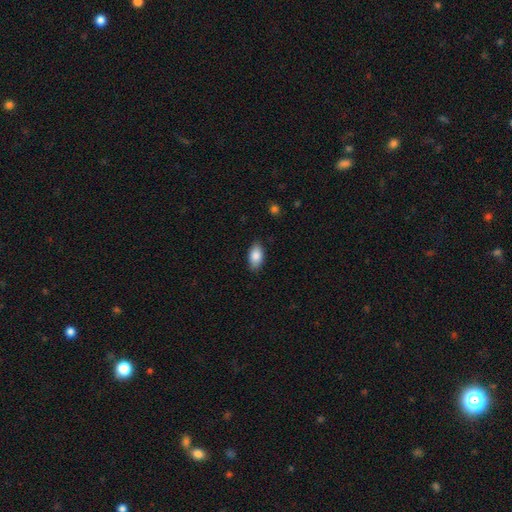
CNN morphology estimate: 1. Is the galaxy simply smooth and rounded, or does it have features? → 86% smooth, 7% featured or disk, 7% star or artifact.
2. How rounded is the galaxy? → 92% in between, 5% round, 3% cigar-shaped.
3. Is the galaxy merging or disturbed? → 84% none, 12% minor disturbance, 2% major disturbance, 1% merger.